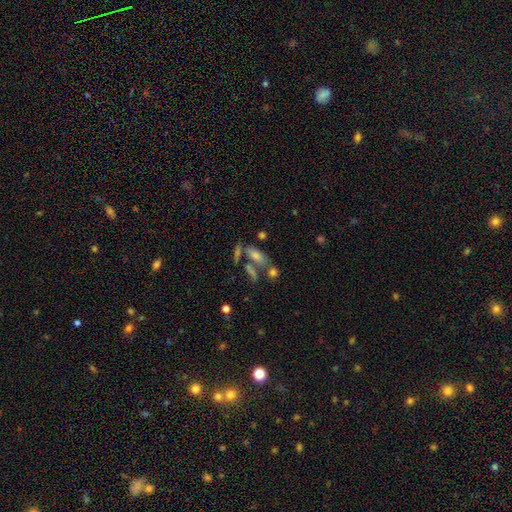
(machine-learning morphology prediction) This is possibly a smooth galaxy (55%). How rounded: likely in between (63%). Merging: possibly none (49%).